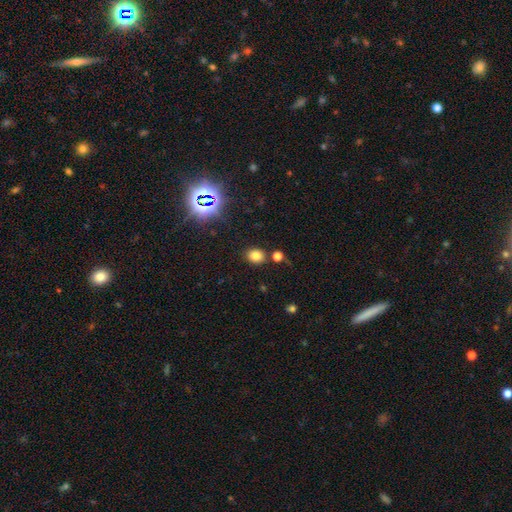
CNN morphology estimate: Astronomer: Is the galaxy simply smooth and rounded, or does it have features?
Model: smooth — 77%.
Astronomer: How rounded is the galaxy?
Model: round — 51% (runner-up: in between, 47%).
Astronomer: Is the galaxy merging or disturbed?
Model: none — 81%.